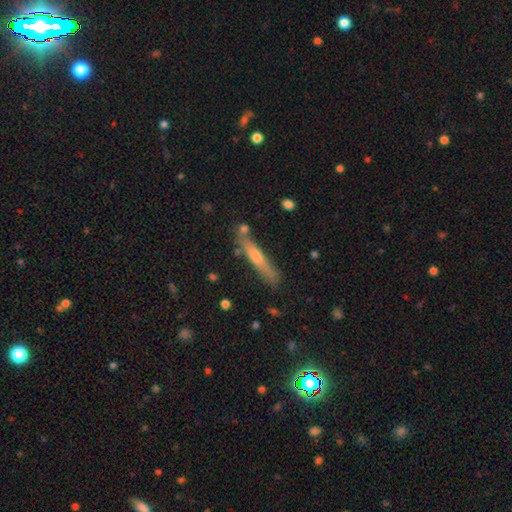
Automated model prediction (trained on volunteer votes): A smooth galaxy with no disk features (51%) that is cigar-shaped (92%). Merging: none (76%).